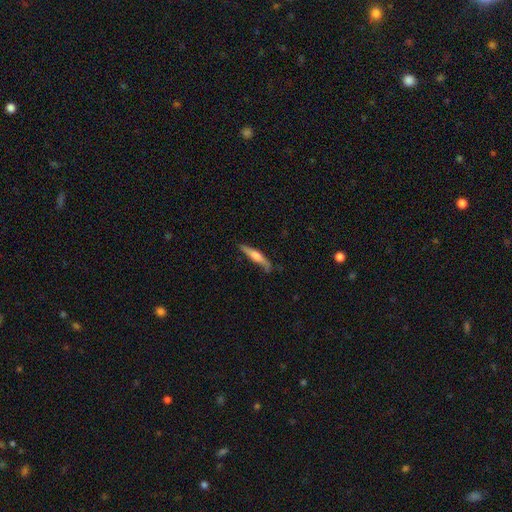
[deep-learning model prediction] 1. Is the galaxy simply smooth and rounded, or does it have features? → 51% smooth, 43% featured or disk, 6% star or artifact.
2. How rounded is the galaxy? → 88% cigar-shaped, 10% in between, 2% round.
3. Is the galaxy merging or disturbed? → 71% none, 22% minor disturbance, 5% major disturbance, 2% merger.